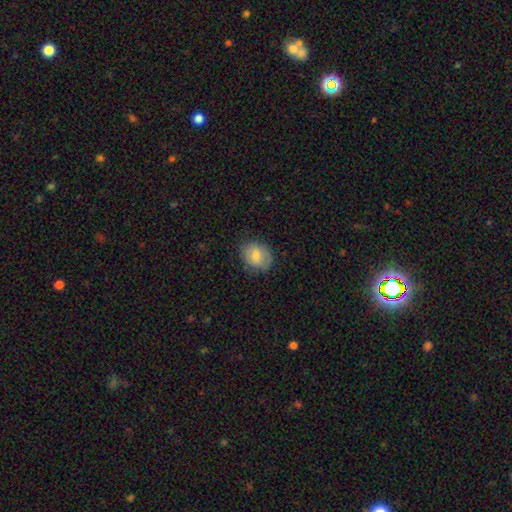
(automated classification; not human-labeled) Smooth or featured? Predicted: smooth (p=0.77). How rounded? Predicted: in between (p=0.52). Merging? Predicted: none (p=0.81).